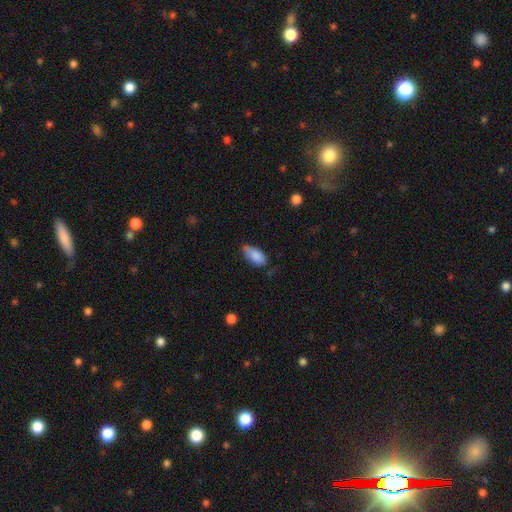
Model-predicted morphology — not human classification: A smooth galaxy with no disk features (84%) that is in between round and cigar-shaped (89%).

Vote fractions:
- Smooth or featured? smooth: 84% / featured or disk: 10% / star or artifact: 7%
- How rounded? in between: 89% / cigar-shaped: 8% / round: 3%
- Merging? none: 52% / minor disturbance: 37% / major disturbance: 8% / merger: 3%